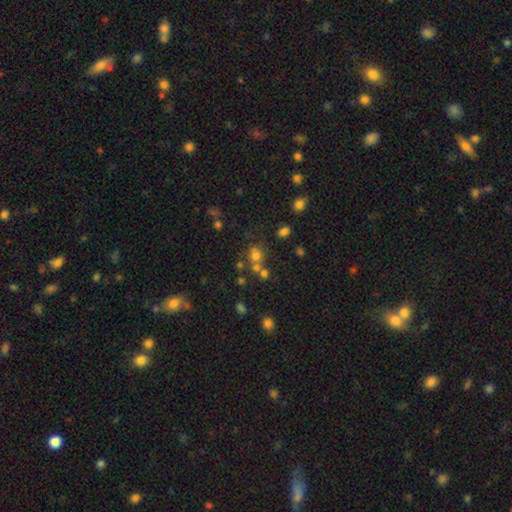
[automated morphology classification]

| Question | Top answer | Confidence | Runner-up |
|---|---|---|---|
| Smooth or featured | smooth | 64% | star or artifact (23%) |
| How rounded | round | 75% | in between (24%) |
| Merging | none | 52% | merger (30%) |